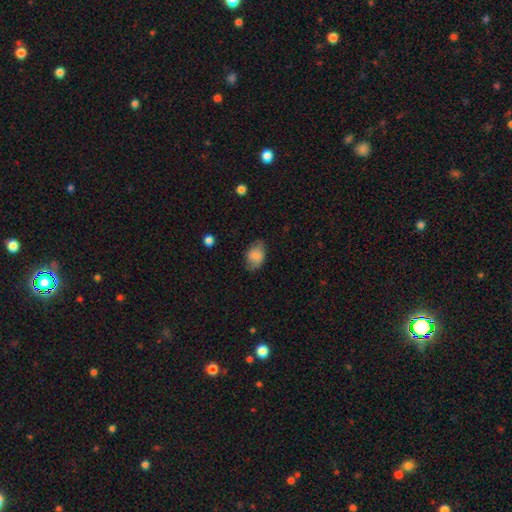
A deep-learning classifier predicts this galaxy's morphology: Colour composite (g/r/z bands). It shows a smooth galaxy with no disk features (80%) that is in between round and cigar-shaped (82%). Merging: none (73%).